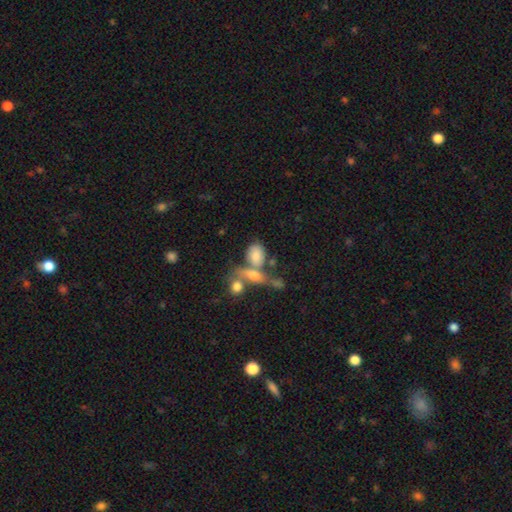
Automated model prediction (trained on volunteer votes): Smooth or featured?
  - smooth: 76% *
  - featured or disk: 14%
  - star or artifact: 10%
How rounded?
  - in between: 80% *
  - round: 16%
  - cigar-shaped: 4%
Merging?
  - merger: 47% *
  - none: 32%
  - minor disturbance: 12%
  - major disturbance: 9%